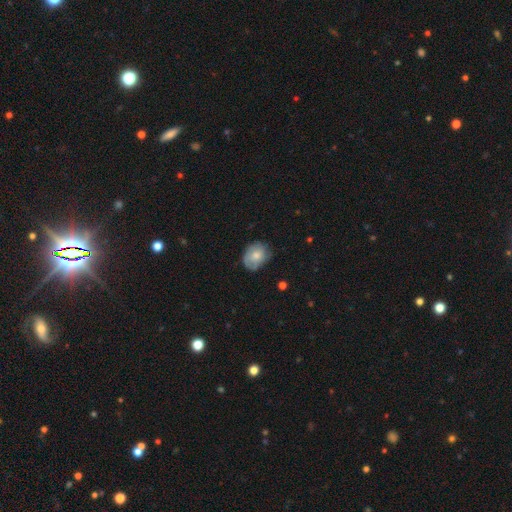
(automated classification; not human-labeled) Smooth or featured?
  - smooth: 62% *
  - featured or disk: 31%
  - star or artifact: 8%
How rounded?
  - in between: 52% *
  - round: 47%
  - cigar-shaped: 1%
Merging?
  - none: 60% *
  - minor disturbance: 29%
  - major disturbance: 9%
  - merger: 1%